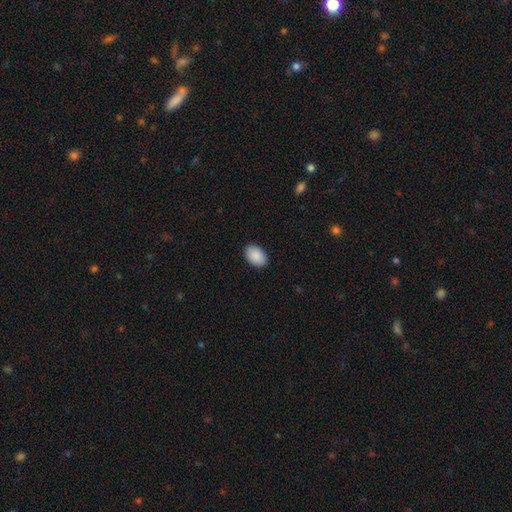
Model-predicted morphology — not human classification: Smooth or featured? Predicted: smooth (p=0.90). How rounded? Predicted: in between (p=0.90). Merging? Predicted: none (p=0.89).